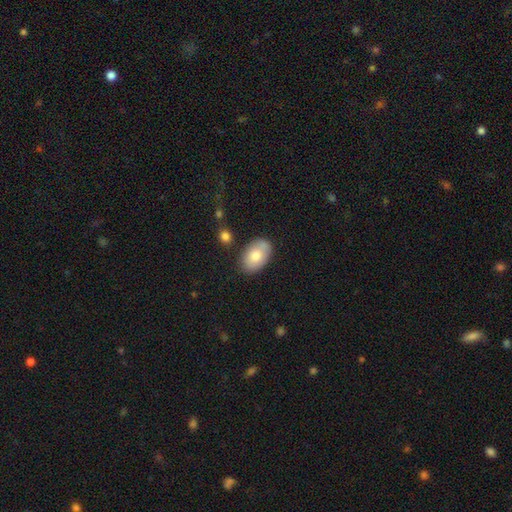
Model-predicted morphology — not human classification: Smooth or featured?
  - smooth: 75% *
  - featured or disk: 18%
  - star or artifact: 6%
How rounded?
  - in between: 89% *
  - round: 10%
  - cigar-shaped: 1%
Merging?
  - none: 75% *
  - minor disturbance: 16%
  - merger: 6%
  - major disturbance: 3%